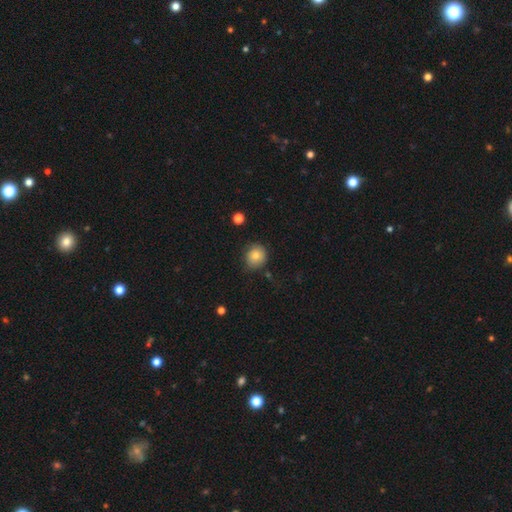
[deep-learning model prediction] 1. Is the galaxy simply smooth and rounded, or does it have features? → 79% smooth, 11% featured or disk, 10% star or artifact.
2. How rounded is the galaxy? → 85% round, 14% in between, 1% cigar-shaped.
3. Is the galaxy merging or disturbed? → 75% none, 19% minor disturbance, 4% major disturbance, 2% merger.